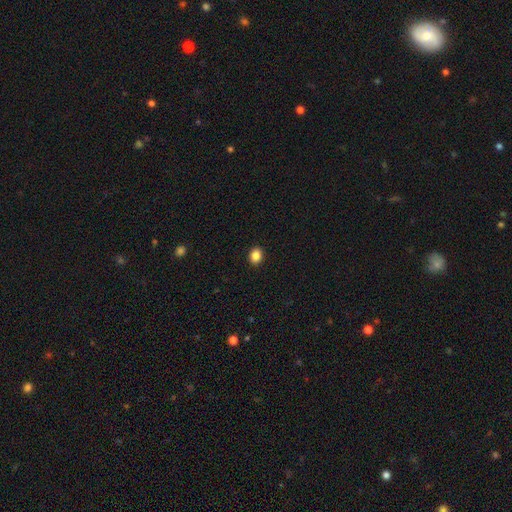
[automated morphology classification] Q: Smooth or featured?
A: smooth (86%); runner-up: star or artifact (10%)
Q: How rounded?
A: round (52%); runner-up: in between (47%)
Q: Merging?
A: none (92%); runner-up: minor disturbance (6%)